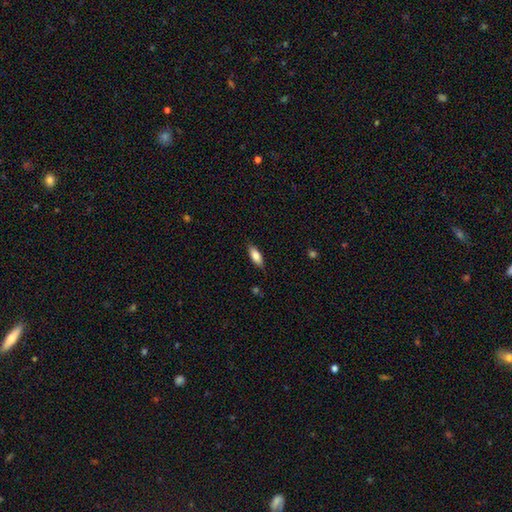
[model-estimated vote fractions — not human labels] Smooth or featured?
  - smooth: 80% *
  - featured or disk: 13%
  - star or artifact: 7%
How rounded?
  - in between: 73% *
  - cigar-shaped: 25%
  - round: 2%
Merging?
  - none: 84% *
  - minor disturbance: 12%
  - major disturbance: 2%
  - merger: 1%